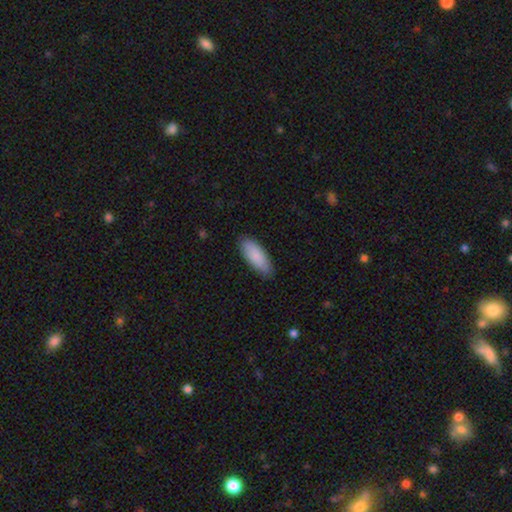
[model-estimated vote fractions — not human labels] Morphology: type=smooth (88%); roundness=in between (74%); merging=none (86%).